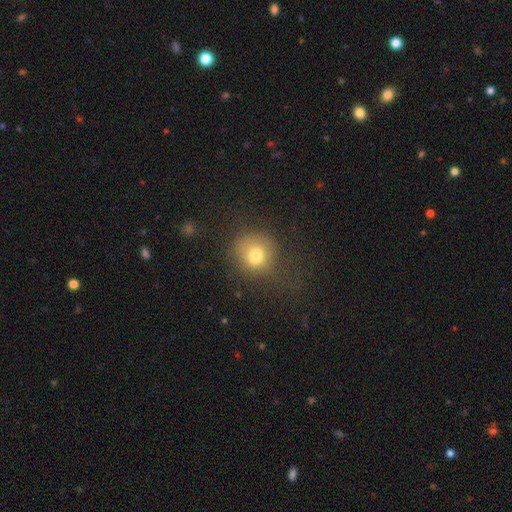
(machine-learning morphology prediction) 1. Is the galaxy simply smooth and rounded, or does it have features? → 75% smooth, 14% star or artifact, 11% featured or disk.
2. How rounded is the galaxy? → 86% round, 13% in between, 1% cigar-shaped.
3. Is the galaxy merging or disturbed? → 61% none, 20% minor disturbance, 17% major disturbance, 2% merger.